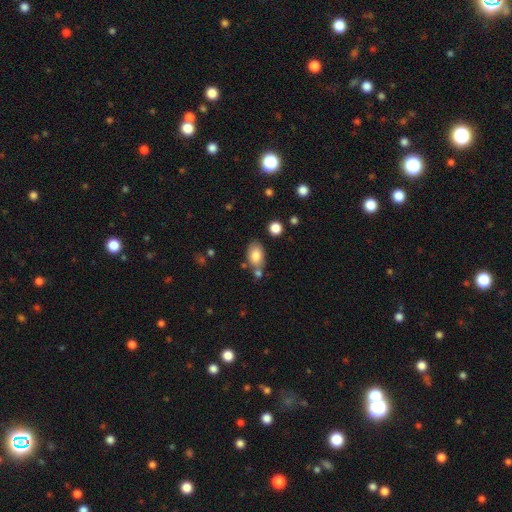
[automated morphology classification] smooth_or_featured: smooth (p=0.81) [alt: featured or disk p=0.12]
how_rounded: in between (p=0.89) [alt: round p=0.09]
merging: none (p=0.63) [alt: minor disturbance p=0.17]